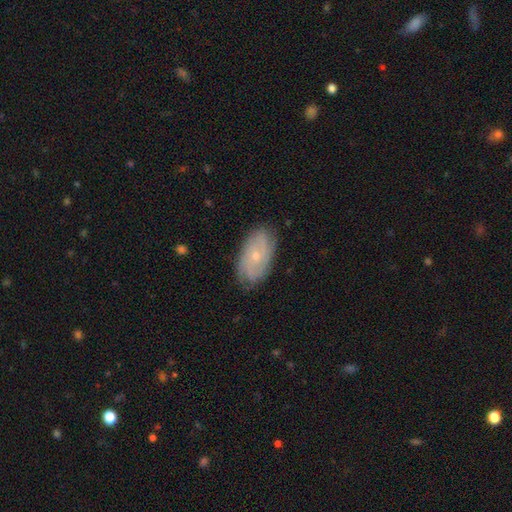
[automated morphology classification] smooth-or-featured: featured or disk: 64% | smooth: 28% | star or artifact: 7%
  disk-edge-on: no: 94% | yes: 6%
    bar: no: 81% | weak: 16% | strong: 3%
    has-spiral-arms: yes: 83% | no: 17%
      spiral-winding: tight: 61% | medium: 29% | loose: 10%
      spiral-arm-count: can't tell: 47% | 2: 23% | 3: 13% | 4: 8% | more than 4: 5% | 1: 5%
    bulge-size: small: 72% | moderate: 25% | none: 1% | large: 1% | dominant: 1%
  merging: none: 79% | minor disturbance: 17% | major disturbance: 4% | merger: 1%